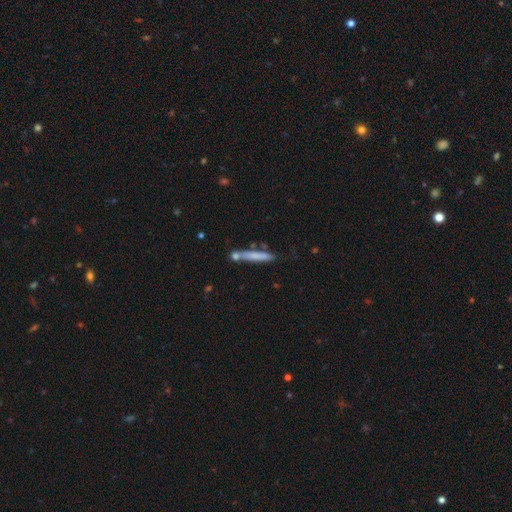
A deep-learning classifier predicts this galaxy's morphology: A smooth galaxy with no disk features (68%) that is cigar-shaped (93%).

Vote fractions:
- Smooth or featured? smooth: 68% / featured or disk: 25% / star or artifact: 7%
- How rounded? cigar-shaped: 93% / in between: 6% / round: 1%
- Merging? none: 65% / minor disturbance: 16% / merger: 15% / major disturbance: 4%